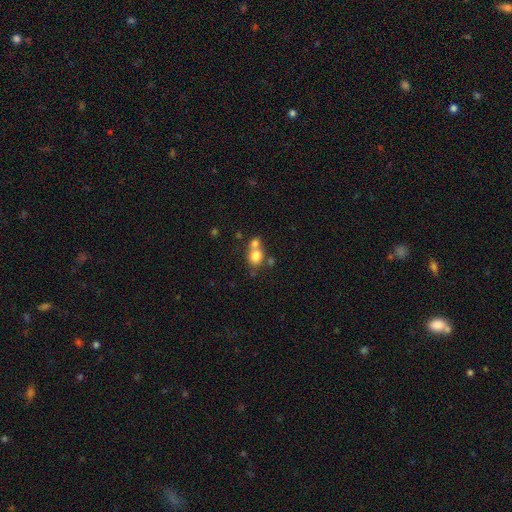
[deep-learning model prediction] This is likely a smooth galaxy (78%). How rounded: likely round (71%). Merging: possibly merger (48%).